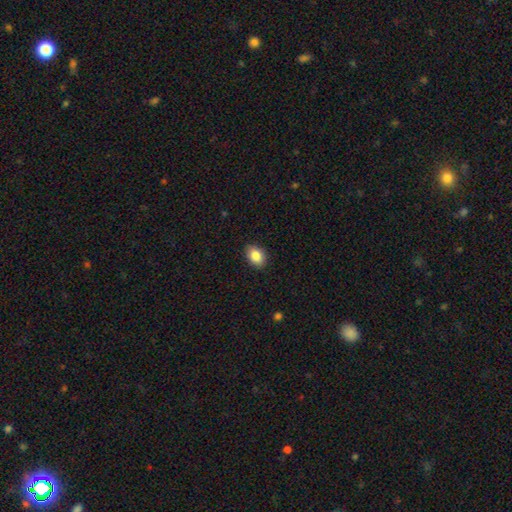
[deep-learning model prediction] The model was most divided on "how rounded": in between: 76%, round: 23%, cigar-shaped: 1%. More confident: merging — none (88%); smooth or featured — smooth (86%).